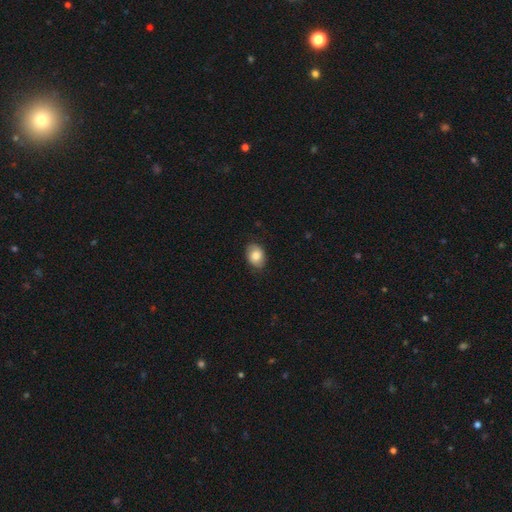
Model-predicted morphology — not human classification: This is clearly a smooth galaxy (80%). How rounded: likely in between (68%). Merging: clearly none (81%).